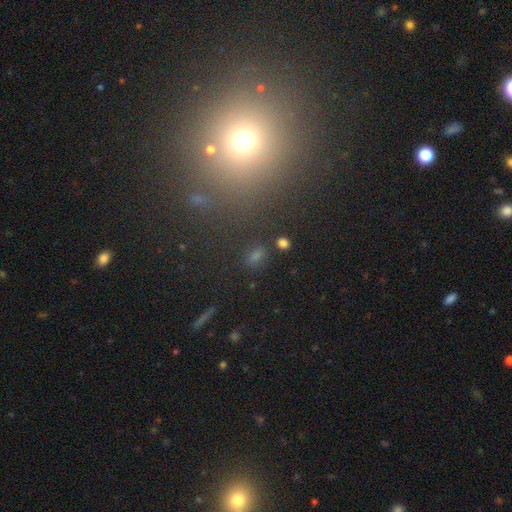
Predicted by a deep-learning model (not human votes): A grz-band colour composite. It shows a smooth galaxy with no disk features (58%) that is in between round and cigar-shaped (66%). Merging: none (80%).